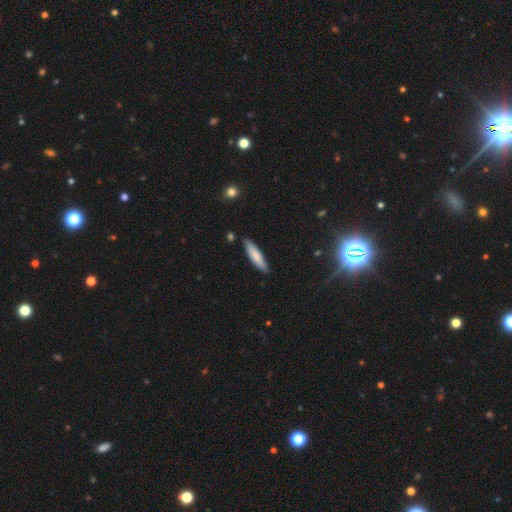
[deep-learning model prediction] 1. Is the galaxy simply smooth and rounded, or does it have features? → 79% smooth, 16% featured or disk, 5% star or artifact.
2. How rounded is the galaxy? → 79% cigar-shaped, 19% in between, 1% round.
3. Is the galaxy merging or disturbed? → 85% none, 11% minor disturbance, 2% merger, 2% major disturbance.